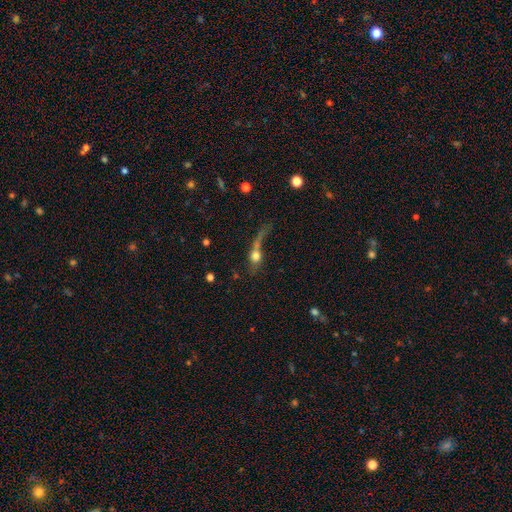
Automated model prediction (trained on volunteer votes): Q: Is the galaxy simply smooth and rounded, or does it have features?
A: smooth — 53%.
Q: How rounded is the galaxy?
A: round — 48%.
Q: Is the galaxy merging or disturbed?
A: major disturbance — 44%.